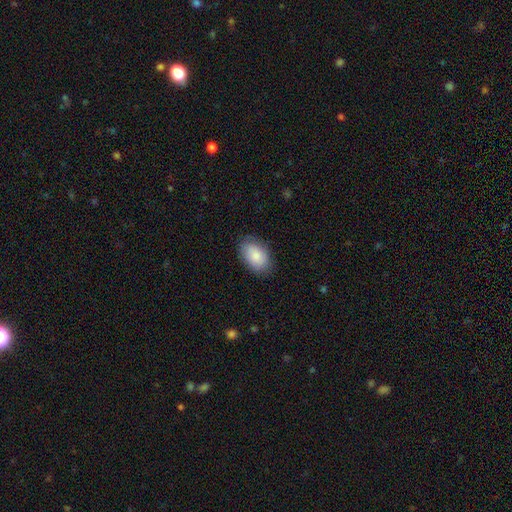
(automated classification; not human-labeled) smooth-or-featured: smooth: 86% | featured or disk: 8% | star or artifact: 6%
  how-rounded: in between: 92% | round: 7% | cigar-shaped: 1%
  merging: none: 83% | minor disturbance: 13% | major disturbance: 3% | merger: 1%